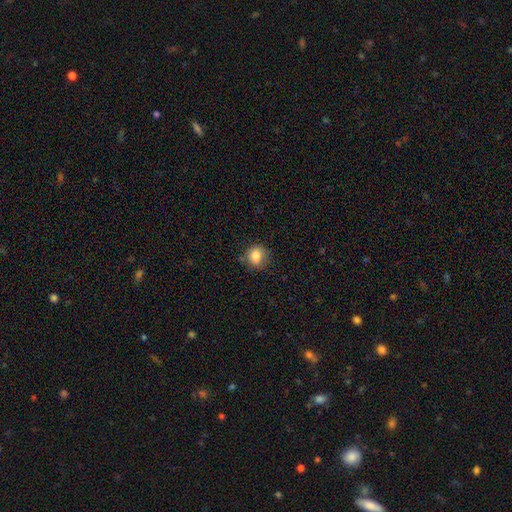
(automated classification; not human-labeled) Smooth or featured: smooth — 85% (star or artifact — 10%)
How rounded: round — 69% (in between — 30%)
Merging: none — 73% (minor disturbance — 19%)